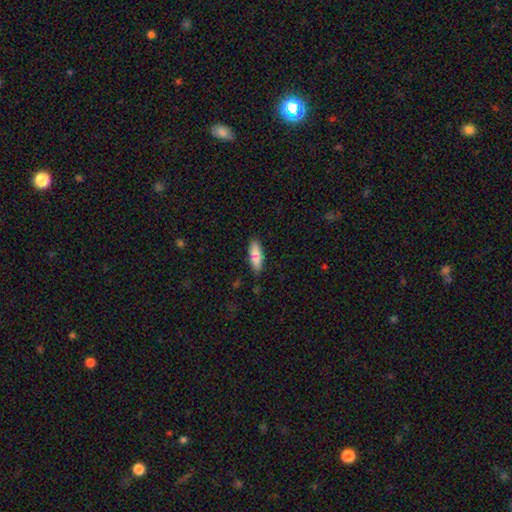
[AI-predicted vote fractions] smooth 86%, featured or disk 9%, star or artifact 6%. Down the decision tree: how rounded — in between (53%); merging — none (84%).